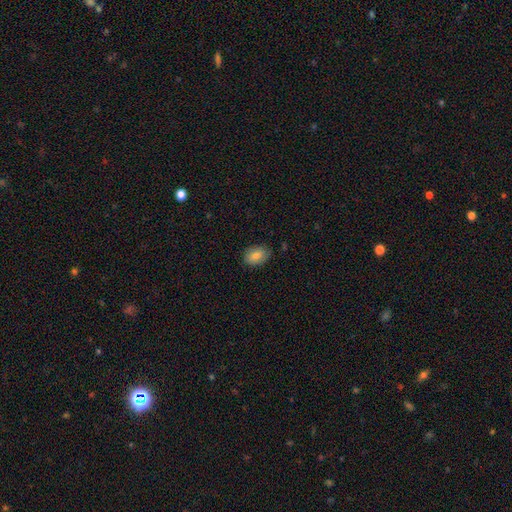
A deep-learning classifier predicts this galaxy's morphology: Smooth or featured? smooth (78%)
How rounded? in between (78%)
Merging? none (80%)